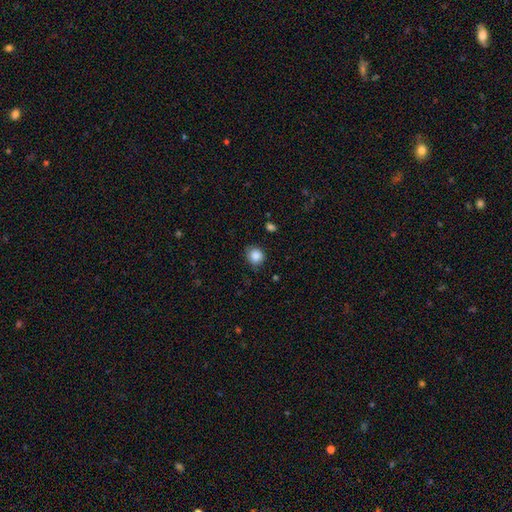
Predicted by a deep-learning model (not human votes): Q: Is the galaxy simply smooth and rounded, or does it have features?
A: smooth — 86%.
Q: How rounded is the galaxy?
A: round — 78%.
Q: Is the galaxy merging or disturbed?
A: none — 75%.